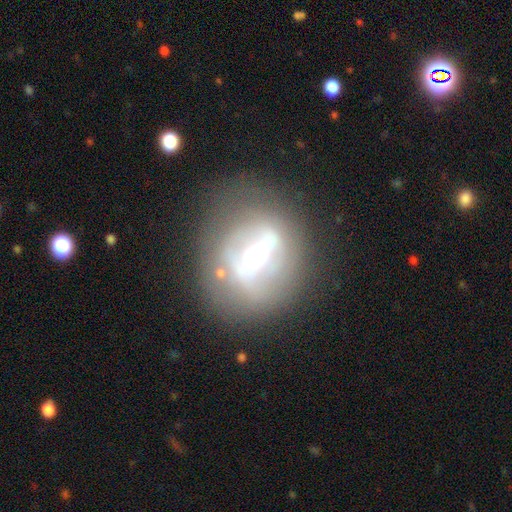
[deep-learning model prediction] The model was most divided on "bulge size": small: 58%, moderate: 34%, large: 4%, none: 2%, dominant: 2%. More confident: edge-on disk — no (87%); smooth or featured — featured or disk (70%); merging — none (66%); spiral arms — no (65%); bar — strong (59%).